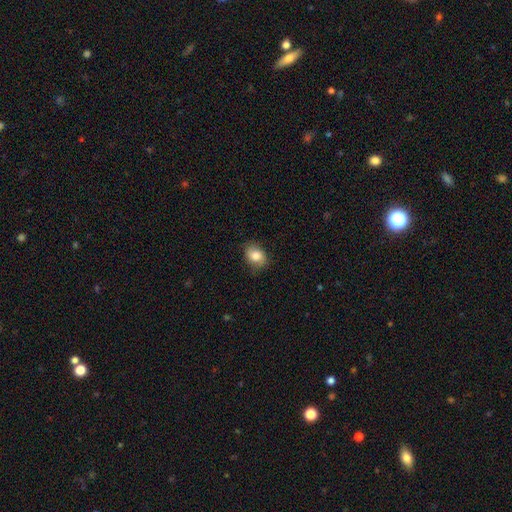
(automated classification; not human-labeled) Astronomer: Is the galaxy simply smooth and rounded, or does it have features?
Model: smooth — 82%.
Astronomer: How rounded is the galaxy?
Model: in between — 65%.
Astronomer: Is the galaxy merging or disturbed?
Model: none — 77%.